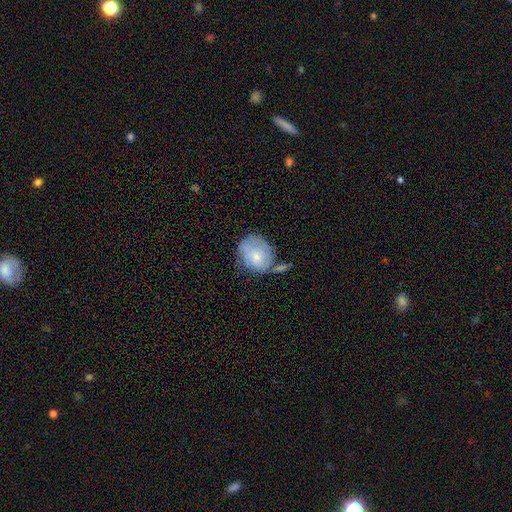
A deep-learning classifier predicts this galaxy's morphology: Smooth or featured: smooth — 67% (featured or disk — 26%)
How rounded: round — 58% (in between — 41%)
Merging: none — 40% (minor disturbance — 28%)